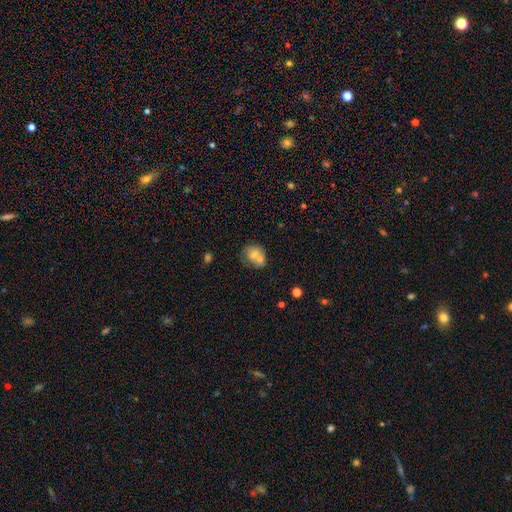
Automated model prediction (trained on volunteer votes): Smooth or featured: smooth — 64% (featured or disk — 27%)
How rounded: round — 57% (in between — 41%)
Merging: merger — 48% (none — 32%)